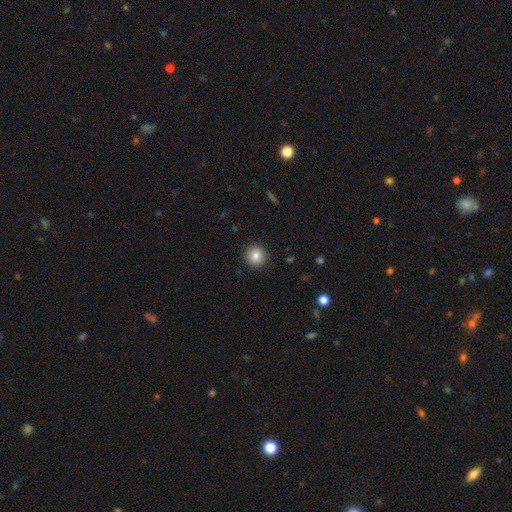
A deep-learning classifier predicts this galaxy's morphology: Smooth or featured?
  - smooth: 84% *
  - star or artifact: 10%
  - featured or disk: 6%
How rounded?
  - round: 95% *
  - in between: 5%
  - cigar-shaped: 1%
Merging?
  - none: 92% *
  - minor disturbance: 5%
  - major disturbance: 2%
  - merger: 1%